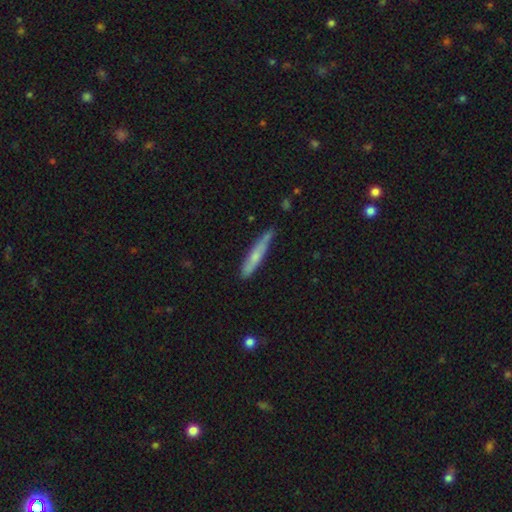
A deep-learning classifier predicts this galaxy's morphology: type=smooth (51%); roundness=cigar-shaped (93%); merging=none (75%).